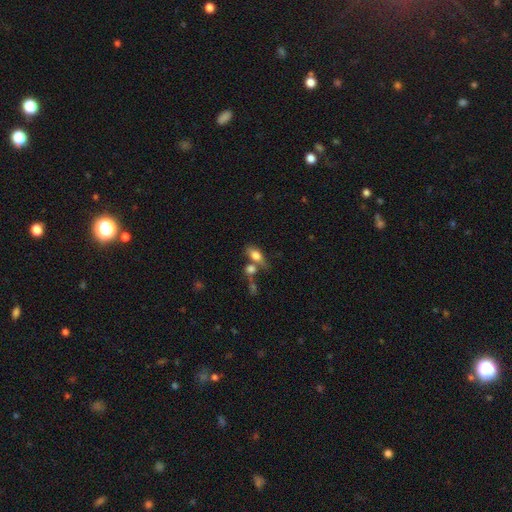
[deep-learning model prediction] This is likely a smooth galaxy (73%). How rounded: clearly in between (81%). Merging: marginally none (39%).